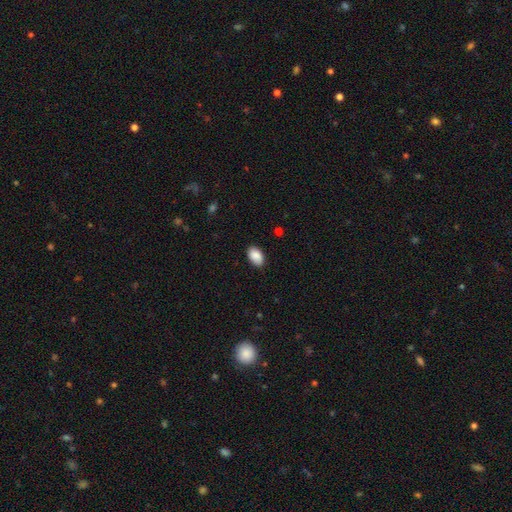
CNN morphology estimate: Smooth or featured?
  - smooth: 89% *
  - star or artifact: 7%
  - featured or disk: 5%
How rounded?
  - in between: 93% *
  - round: 6%
  - cigar-shaped: 1%
Merging?
  - none: 85% *
  - minor disturbance: 12%
  - major disturbance: 2%
  - merger: 1%